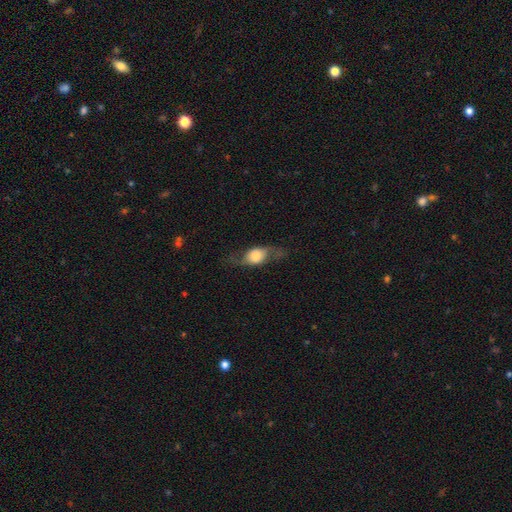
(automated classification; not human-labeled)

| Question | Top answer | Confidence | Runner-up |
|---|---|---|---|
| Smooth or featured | featured or disk | 49% | smooth (44%) |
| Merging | none | 66% | minor disturbance (18%) |